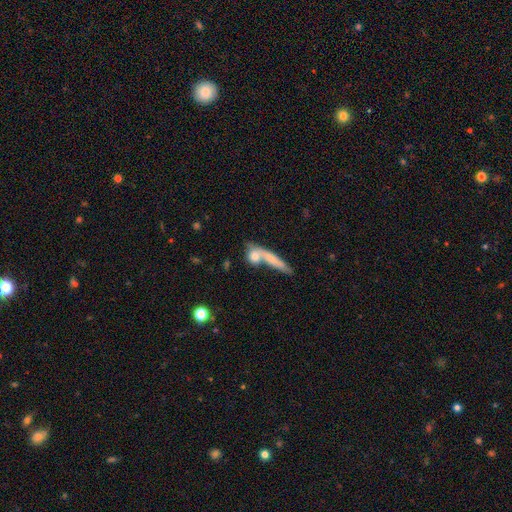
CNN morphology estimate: Smooth or featured? smooth (68%)
How rounded? round (37%)
Merging? merger (45%)